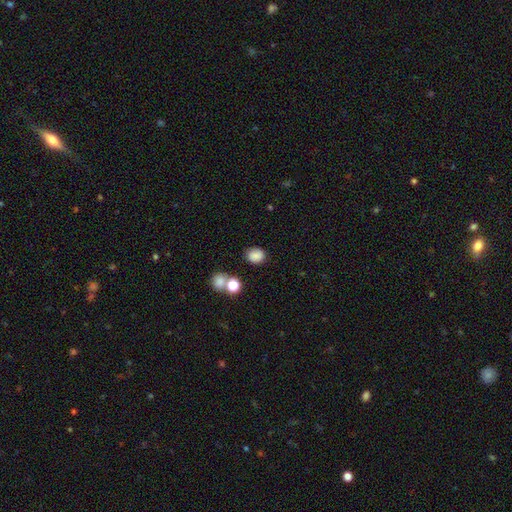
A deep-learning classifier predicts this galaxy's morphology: smooth_or_featured: smooth (p=0.84) [alt: star or artifact p=0.11]
how_rounded: round (p=0.60) [alt: in between p=0.39]
merging: none (p=0.78) [alt: minor disturbance p=0.12]